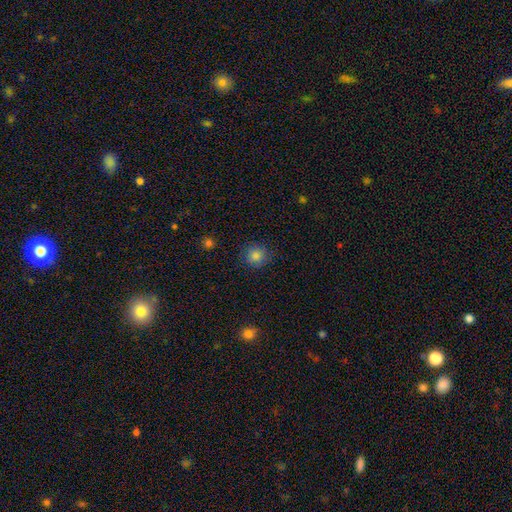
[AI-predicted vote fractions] A smooth galaxy with no disk features (84%) that is round (92%).

Vote fractions:
- Smooth or featured? smooth: 84% / star or artifact: 12% / featured or disk: 5%
- How rounded? round: 92% / in between: 7% / cigar-shaped: 1%
- Merging? none: 86% / minor disturbance: 9% / major disturbance: 3% / merger: 1%